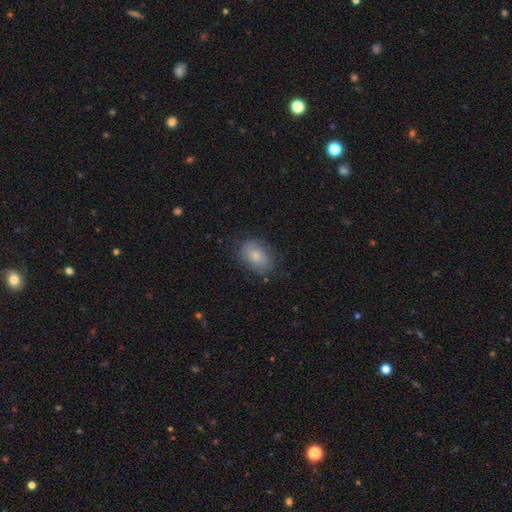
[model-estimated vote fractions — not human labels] Smooth or featured? smooth (73%)
How rounded? in between (85%)
Merging? none (74%)